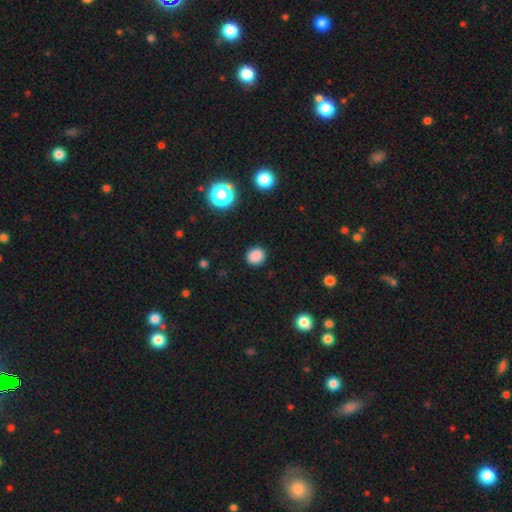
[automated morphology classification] type=smooth (84%); roundness=round (79%); merging=none (88%).